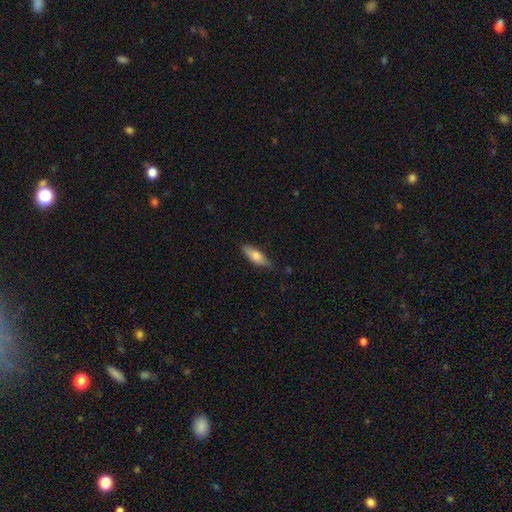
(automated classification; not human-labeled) Smooth or featured: smooth — 70% (featured or disk — 24%)
How rounded: in between — 53% (cigar-shaped — 45%)
Merging: none — 81% (minor disturbance — 15%)